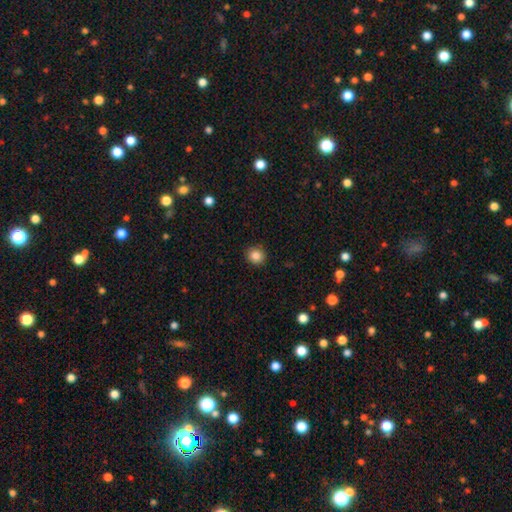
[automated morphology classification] This is clearly a smooth galaxy (85%). How rounded: clearly round (86%). Merging: clearly none (90%).